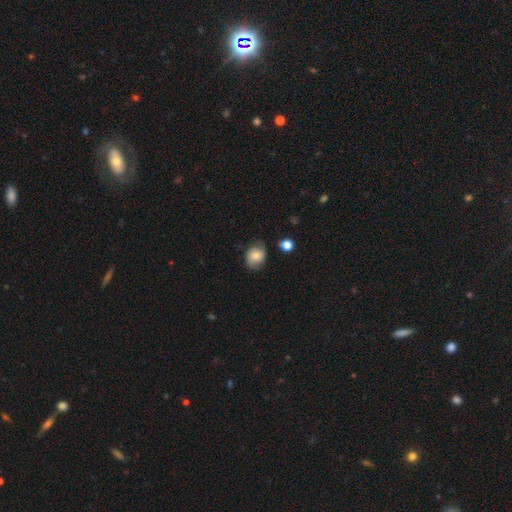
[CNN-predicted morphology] This is likely a smooth galaxy (66%). How rounded: possibly round (52%). Merging: likely none (68%).